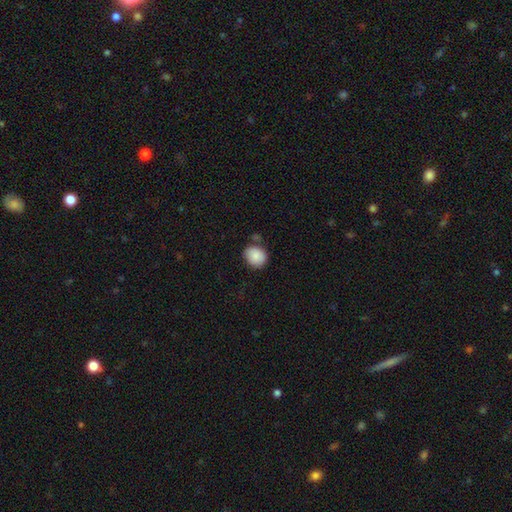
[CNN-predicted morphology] A smooth galaxy with no disk features (87%) that is round (67%). Merging: none (71%).